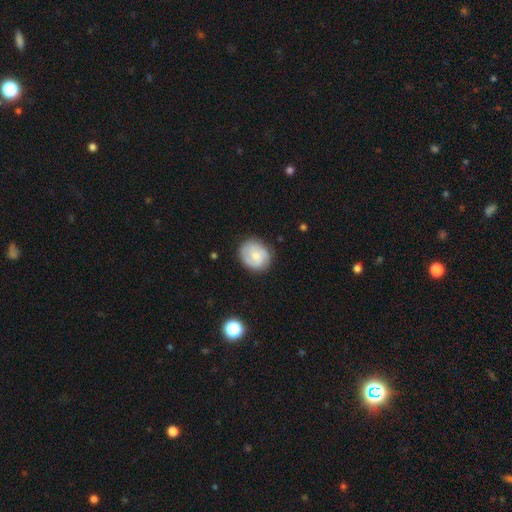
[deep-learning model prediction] A smooth galaxy with no disk features (50%). Merging: none (82%).